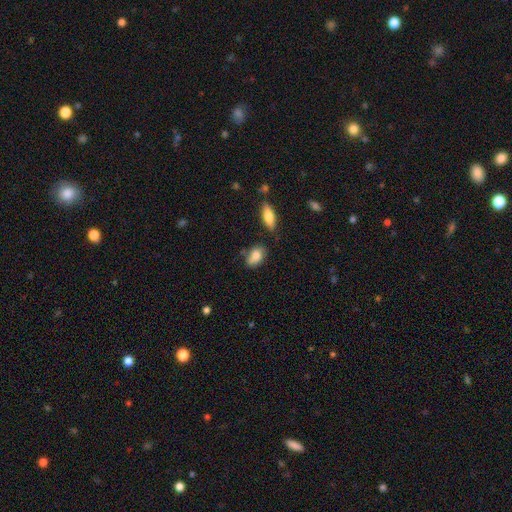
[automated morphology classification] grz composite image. It shows a smooth galaxy with no disk features (79%) that is in between round and cigar-shaped (86%). Merging: none (56%).